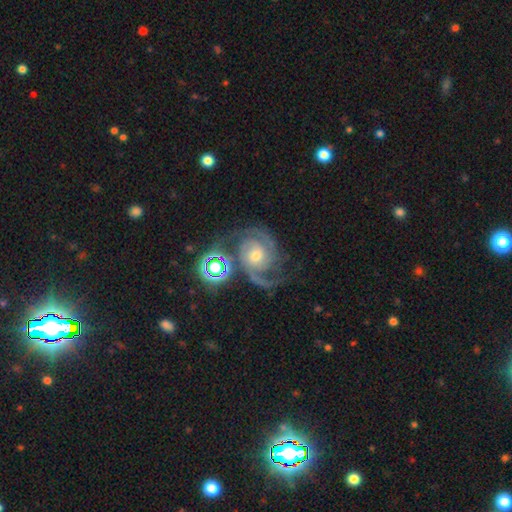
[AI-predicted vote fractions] This is clearly a featured or disk galaxy (88%). It is clearly not viewed edge-on (98%). Bar: likely no (65%). Spiral arm pattern: clearly yes (98%). Spiral arm count: likely 2 (75%). Spiral winding: possibly medium (46%). Central bulge: possibly moderate (55%). Merging: likely none (68%).